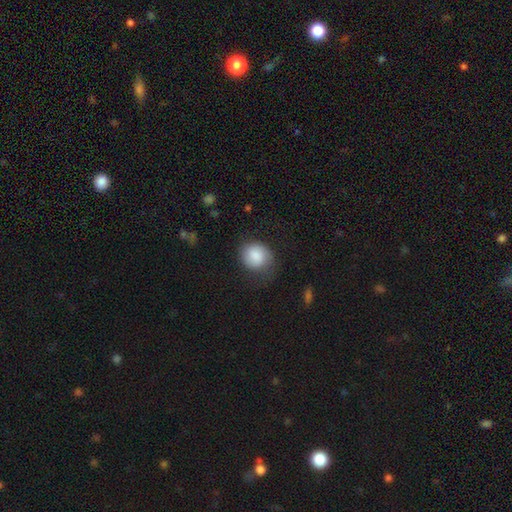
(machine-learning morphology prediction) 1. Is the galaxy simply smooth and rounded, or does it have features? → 79% smooth, 14% featured or disk, 7% star or artifact.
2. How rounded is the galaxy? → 72% round, 27% in between, 1% cigar-shaped.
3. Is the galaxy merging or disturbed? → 56% none, 27% minor disturbance, 15% major disturbance, 2% merger.